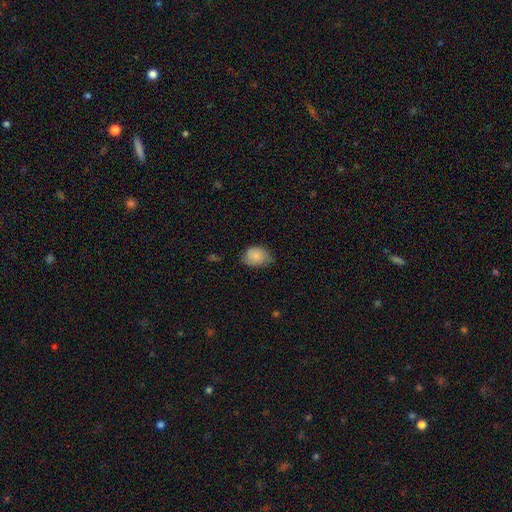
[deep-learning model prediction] Smooth or featured: smooth — 83% (featured or disk — 10%)
How rounded: in between — 67% (round — 32%)
Merging: none — 56% (minor disturbance — 36%)